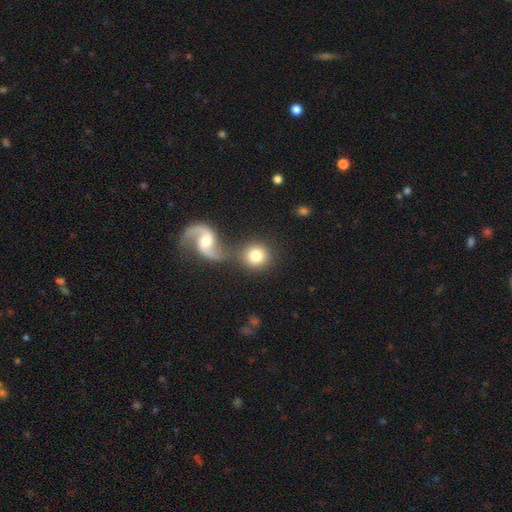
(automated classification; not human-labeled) Smooth or featured? smooth (74%)
How rounded? round (88%)
Merging? none (61%)